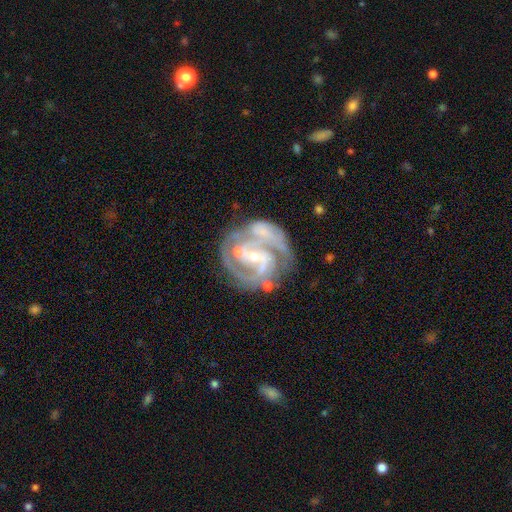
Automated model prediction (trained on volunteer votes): Overall: featured or disk (89%). Edge-on disk: no (98%). Bar: weak (38%; no 35%). Spiral arms: yes (96%). Spiral arm count: 2 (58%; 3 20%). Spiral winding: tight (52%; medium 40%). Bulge size: small (70%). Merging: none (49%; merger 23%).